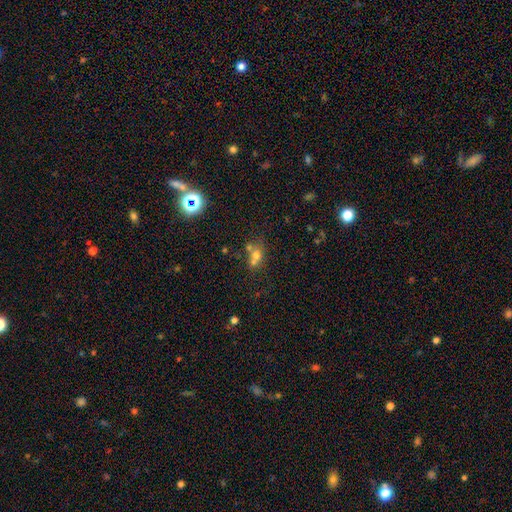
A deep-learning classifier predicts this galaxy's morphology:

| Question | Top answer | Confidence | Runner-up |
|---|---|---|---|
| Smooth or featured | smooth | 61% | featured or disk (20%) |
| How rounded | round | 61% | in between (37%) |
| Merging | merger | 50% | none (35%) |